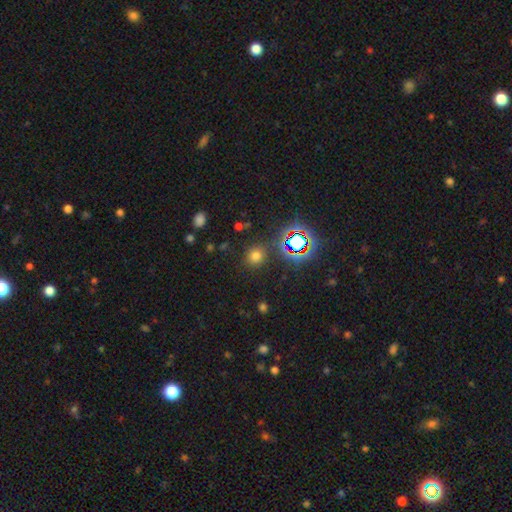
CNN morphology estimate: This is likely a smooth galaxy (67%). How rounded: clearly round (87%). Merging: clearly none (85%).